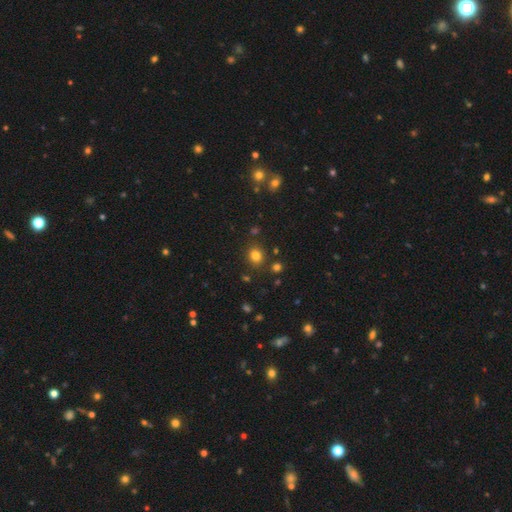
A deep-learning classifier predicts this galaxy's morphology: type=smooth (79%); roundness=round (68%); merging=none (85%).